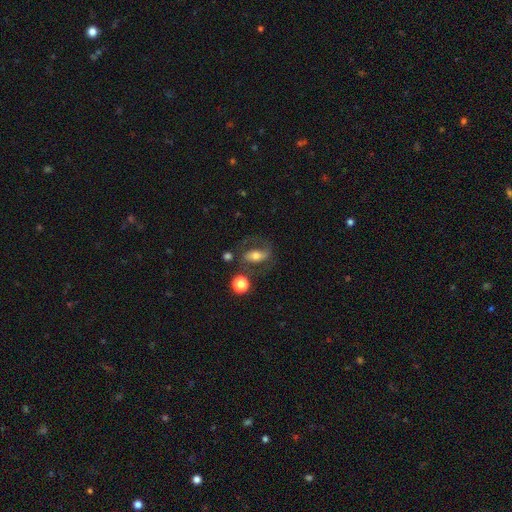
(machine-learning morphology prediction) Overall: featured or disk (53%; smooth 37%). Edge-on disk: no (91%). Merging: none (59%).